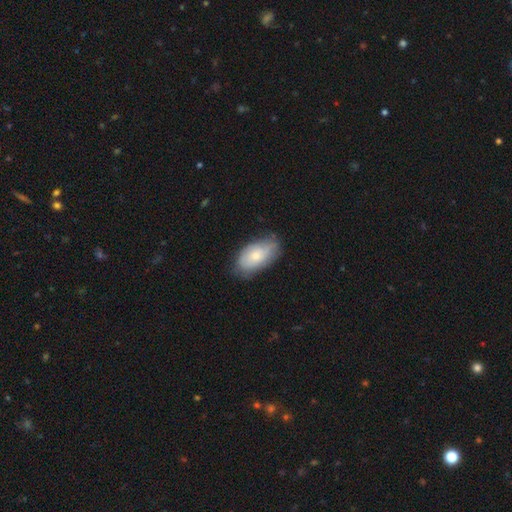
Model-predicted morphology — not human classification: smooth_or_featured: smooth (p=0.68) [alt: featured or disk p=0.25]
how_rounded: in between (p=0.94) [alt: round p=0.03]
merging: none (p=0.66) [alt: minor disturbance p=0.27]